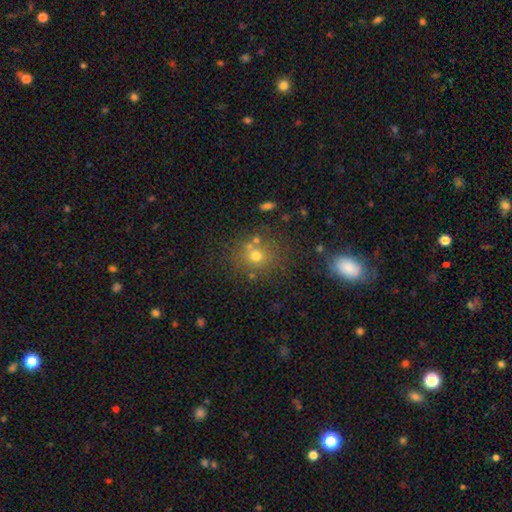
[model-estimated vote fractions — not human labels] This appears to be a smooth galaxy with no disk features (67%) that is round (82%). Merging: none (70%).